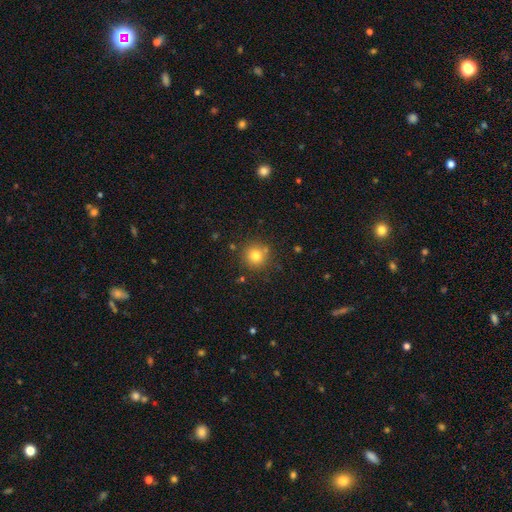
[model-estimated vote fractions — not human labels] Overall: smooth (79%). How rounded: round (94%). Merging: none (83%).